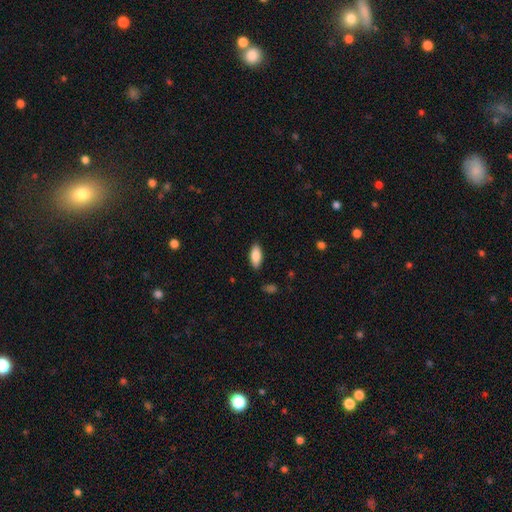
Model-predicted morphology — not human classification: The model was most divided on "how rounded": in between: 86%, cigar-shaped: 13%, round: 2%. More confident: smooth or featured — smooth (86%); merging — none (86%).